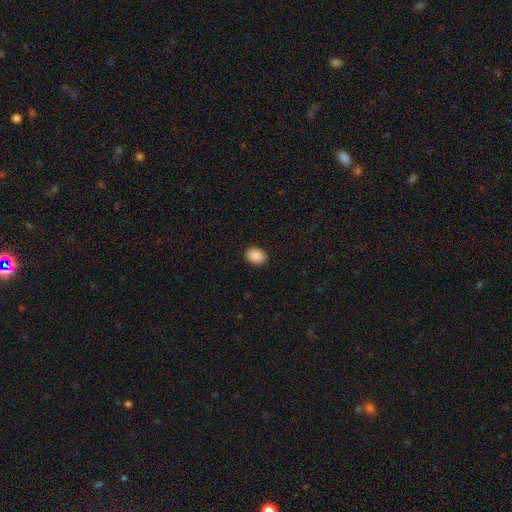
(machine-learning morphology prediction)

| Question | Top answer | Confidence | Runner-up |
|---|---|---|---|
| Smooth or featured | smooth | 89% | star or artifact (8%) |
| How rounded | in between | 62% | round (37%) |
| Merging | none | 91% | minor disturbance (7%) |